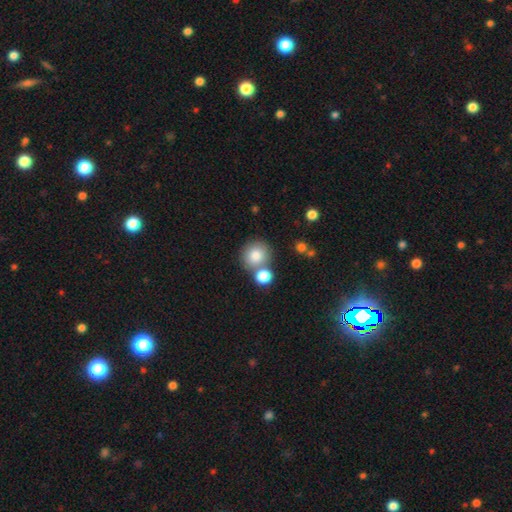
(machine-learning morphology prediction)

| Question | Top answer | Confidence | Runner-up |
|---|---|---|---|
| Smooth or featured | smooth | 81% | star or artifact (9%) |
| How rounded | round | 90% | in between (10%) |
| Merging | none | 60% | merger (27%) |